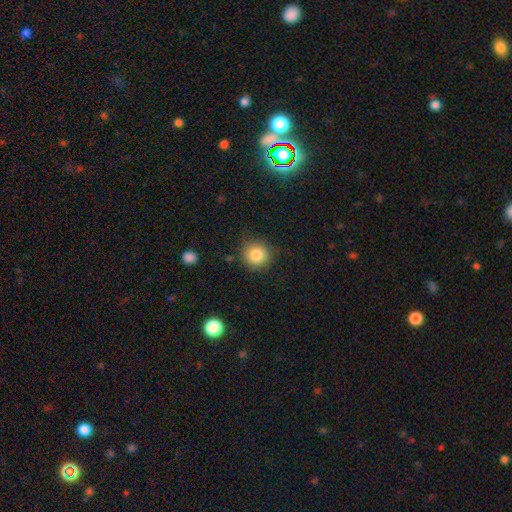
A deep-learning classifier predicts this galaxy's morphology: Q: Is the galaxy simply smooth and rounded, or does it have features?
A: smooth — 84%.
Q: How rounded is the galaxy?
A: round — 93%.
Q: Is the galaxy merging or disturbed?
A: none — 83%.